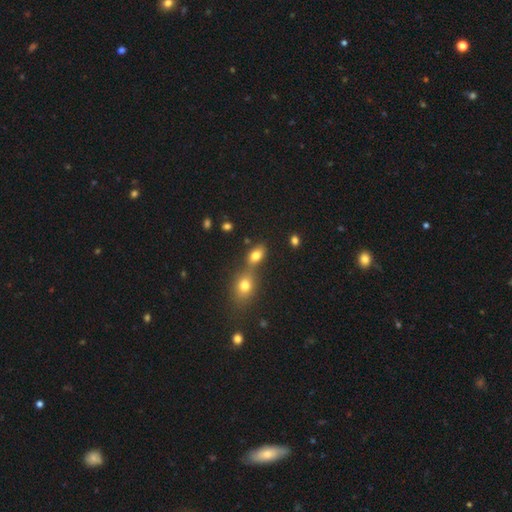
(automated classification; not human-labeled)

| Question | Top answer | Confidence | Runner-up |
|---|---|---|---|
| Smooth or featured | smooth | 77% | star or artifact (13%) |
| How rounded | in between | 78% | round (19%) |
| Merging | merger | 45% | none (42%) |